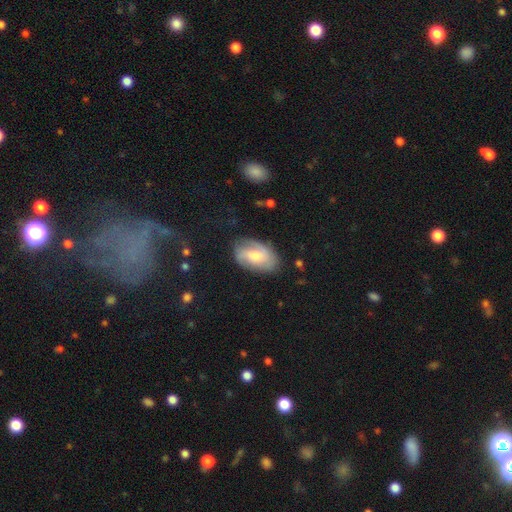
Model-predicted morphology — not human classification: Smooth or featured? Predicted: featured or disk (p=0.55). Edge-on disk? Predicted: no (p=0.95). Bar? Predicted: no (p=0.48). Spiral arms? Predicted: yes (p=0.85). Bulge size? Predicted: moderate (p=0.56). Merging? Predicted: none (p=0.71).